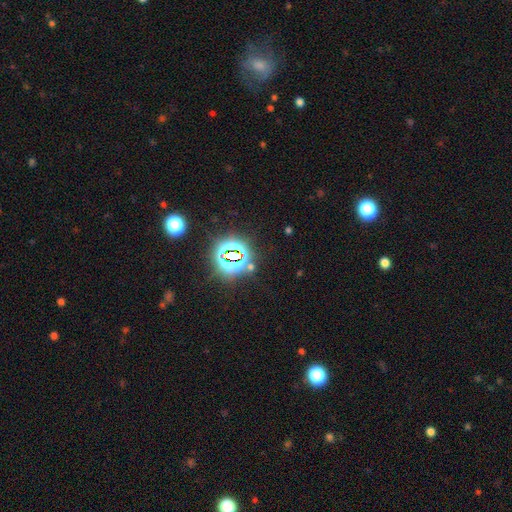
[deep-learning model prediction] smooth-or-featured: star or artifact: 79% | smooth: 14% | featured or disk: 7%